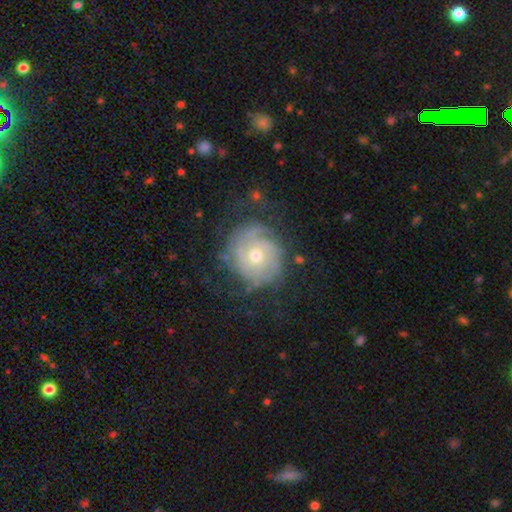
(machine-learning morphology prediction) This appears to be a featured or disk galaxy (76%) with no bar (80%), tight (71%) spiral arms (89%) and a moderate central bulge (60%). Merging: none (68%).